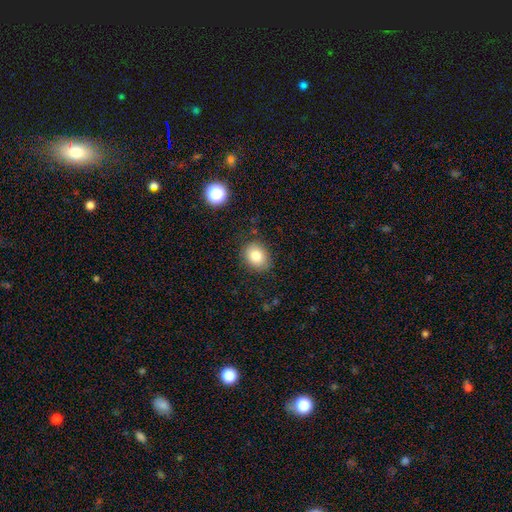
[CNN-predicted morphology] A smooth galaxy with no disk features (82%) that is in between round and cigar-shaped (52%).

Vote fractions:
- Smooth or featured? smooth: 82% / star or artifact: 10% / featured or disk: 8%
- How rounded? in between: 52% / round: 47% / cigar-shaped: 1%
- Merging? none: 83% / minor disturbance: 12% / major disturbance: 3% / merger: 2%